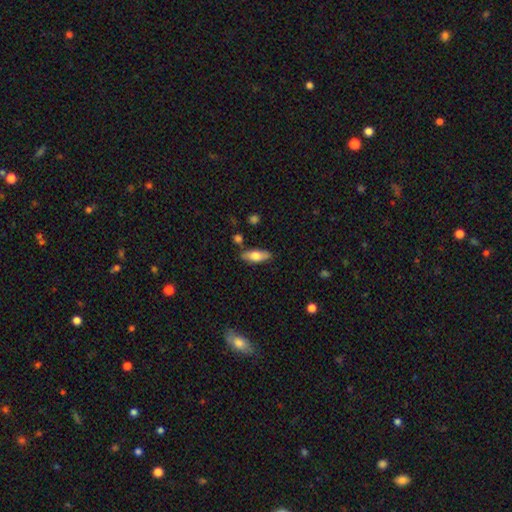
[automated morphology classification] Smooth or featured: smooth — 70% (featured or disk — 24%)
How rounded: in between — 72% (cigar-shaped — 25%)
Merging: none — 79% (minor disturbance — 14%)